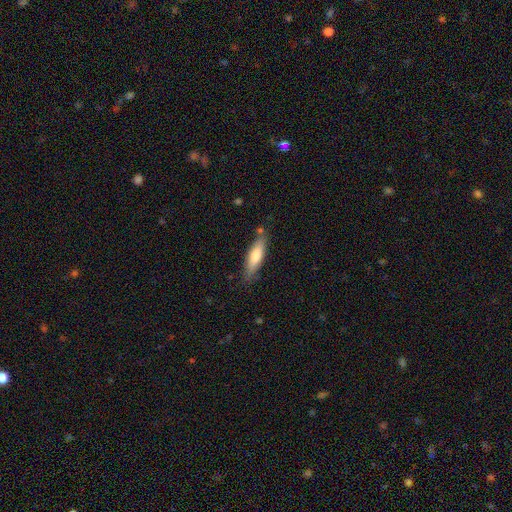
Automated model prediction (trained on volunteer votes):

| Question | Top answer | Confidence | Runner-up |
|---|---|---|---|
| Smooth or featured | smooth | 67% | featured or disk (27%) |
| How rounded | cigar-shaped | 63% | in between (35%) |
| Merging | none | 78% | minor disturbance (15%) |